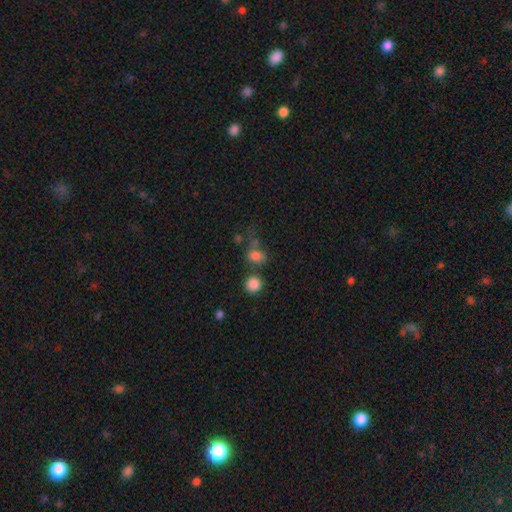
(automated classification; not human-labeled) A smooth galaxy with no disk features (77%) that is in between round and cigar-shaped (55%). Merging: none (50%).